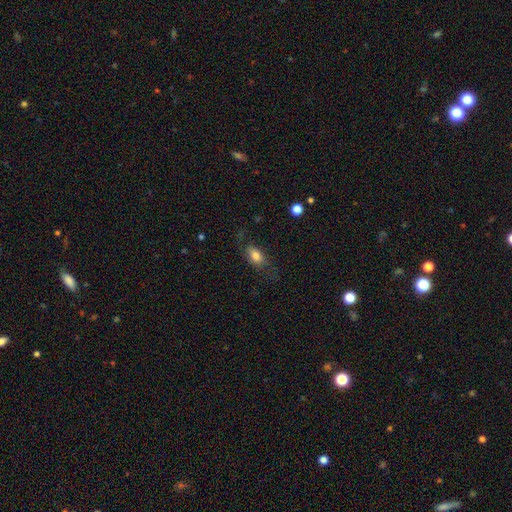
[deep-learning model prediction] Smooth or featured? Predicted: smooth (p=0.78). How rounded? Predicted: in between (p=0.85). Merging? Predicted: none (p=0.67).